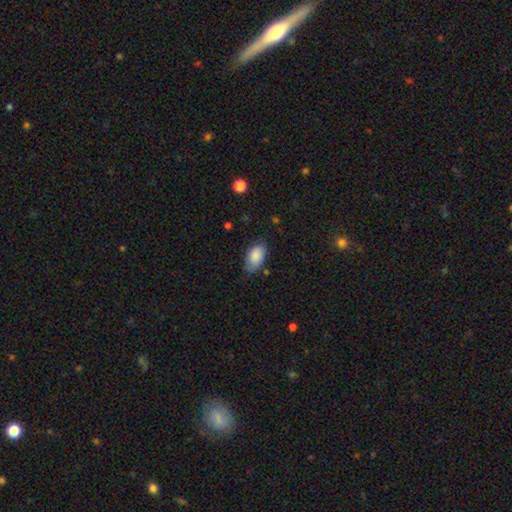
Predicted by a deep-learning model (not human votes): smooth 85%, featured or disk 8%, star or artifact 7%. Down the decision tree: how rounded — in between (94%); merging — none (67%).